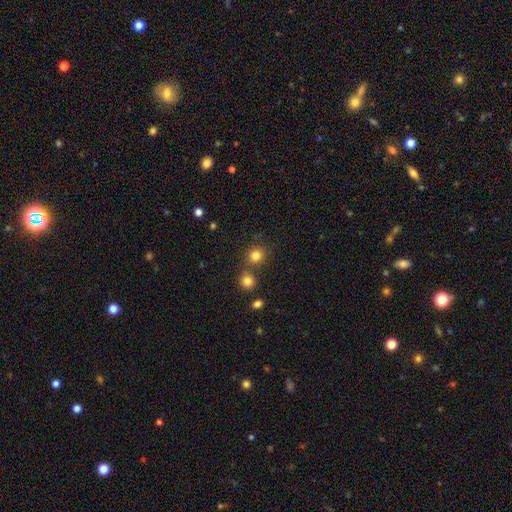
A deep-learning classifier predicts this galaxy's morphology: smooth_or_featured: smooth (p=0.81) [alt: star or artifact p=0.13]
how_rounded: round (p=0.88) [alt: in between p=0.11]
merging: none (p=0.72) [alt: merger p=0.17]